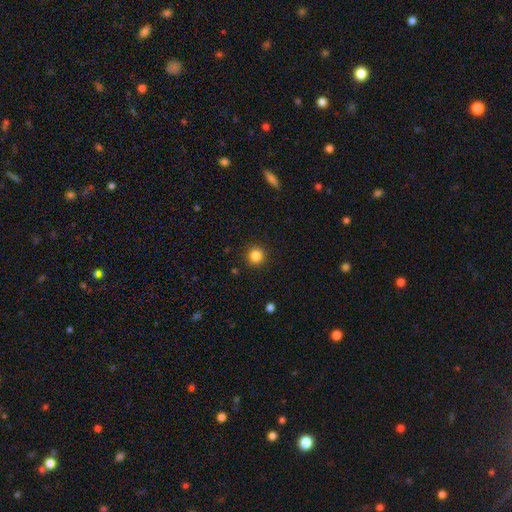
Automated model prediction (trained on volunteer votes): smooth-or-featured: smooth: 85% | star or artifact: 11% | featured or disk: 4%
  how-rounded: round: 95% | in between: 4% | cigar-shaped: 1%
  merging: none: 91% | minor disturbance: 6% | major disturbance: 2% | merger: 1%